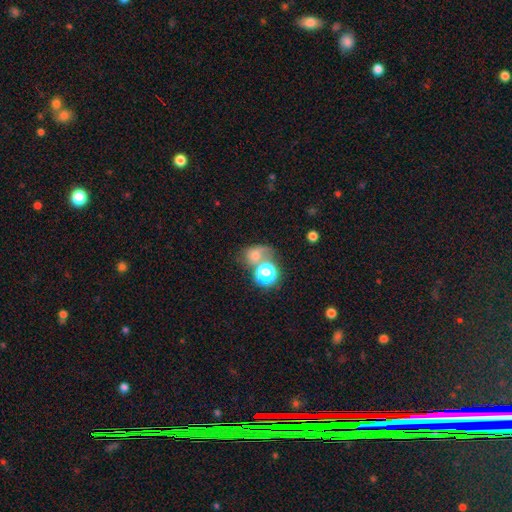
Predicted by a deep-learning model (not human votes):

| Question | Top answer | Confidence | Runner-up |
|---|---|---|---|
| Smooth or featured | smooth | 54% | star or artifact (28%) |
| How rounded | round | 62% | in between (36%) |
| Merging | none | 40% | merger (34%) |